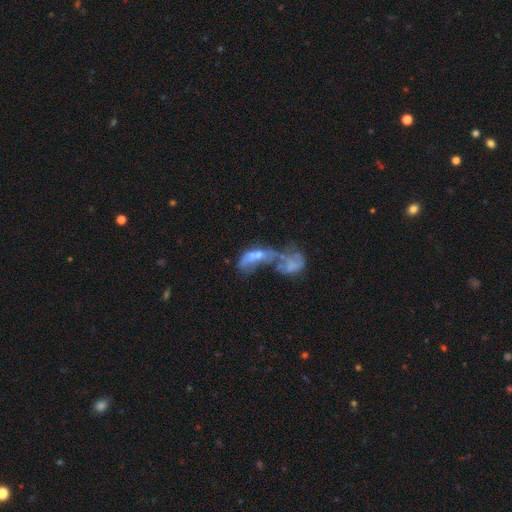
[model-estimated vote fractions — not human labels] featured or disk 52%, smooth 35%, star or artifact 13%. Down the decision tree: edge-on disk — no (92%); merging — merger (65%).